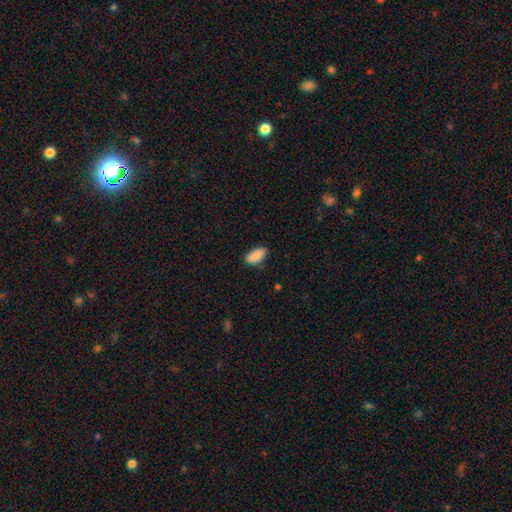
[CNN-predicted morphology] Smooth or featured? Predicted: smooth (p=0.90). How rounded? Predicted: in between (p=0.90). Merging? Predicted: none (p=0.82).